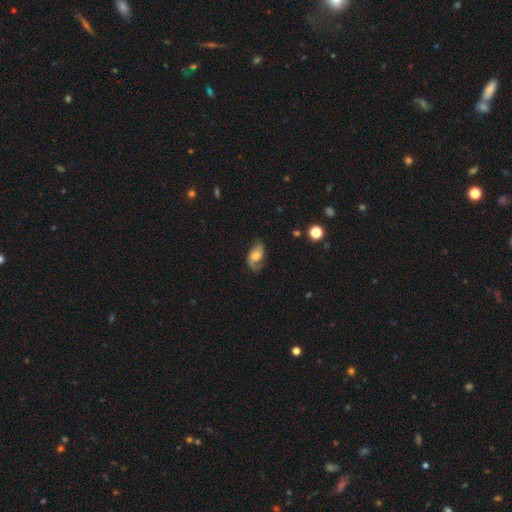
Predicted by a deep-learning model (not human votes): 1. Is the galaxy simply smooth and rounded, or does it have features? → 60% featured or disk, 32% smooth, 8% star or artifact.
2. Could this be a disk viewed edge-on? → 95% no, 5% yes.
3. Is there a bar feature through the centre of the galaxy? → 59% no, 34% weak, 7% strong.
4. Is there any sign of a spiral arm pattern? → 88% yes, 12% no.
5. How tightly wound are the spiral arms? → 44% loose, 40% medium, 16% tight.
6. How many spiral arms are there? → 73% 2, 17% 1, 7% can't tell, 1% 3, 1% 4, 1% more than 4.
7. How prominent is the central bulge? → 43% moderate, 31% large, 16% small, 7% none, 3% dominant.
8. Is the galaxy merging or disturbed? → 62% none, 24% minor disturbance, 12% major disturbance, 2% merger.